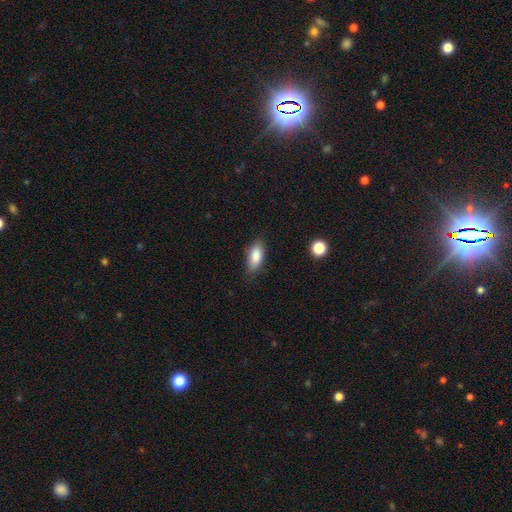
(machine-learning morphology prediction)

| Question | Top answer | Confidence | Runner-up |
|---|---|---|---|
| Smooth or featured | smooth | 85% | featured or disk (7%) |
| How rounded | in between | 86% | cigar-shaped (11%) |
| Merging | none | 78% | minor disturbance (17%) |